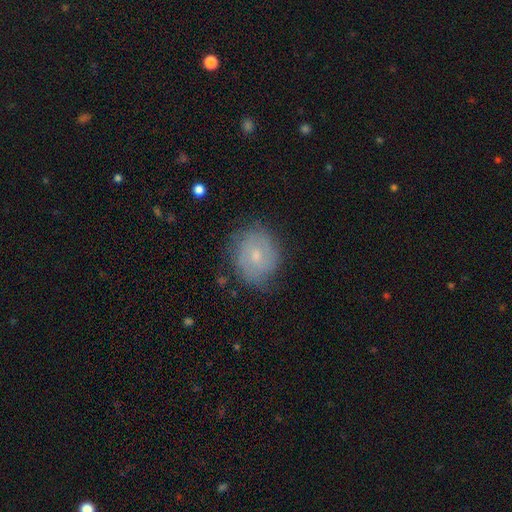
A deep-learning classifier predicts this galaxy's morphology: Overall: featured or disk (50%; smooth 42%). Merging: none (74%).